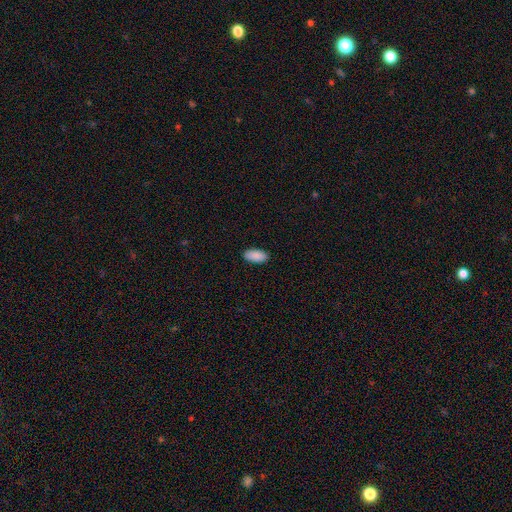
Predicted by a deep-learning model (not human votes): This appears to be a smooth galaxy with no disk features (90%) that is in between round and cigar-shaped (93%). Merging: none (89%).